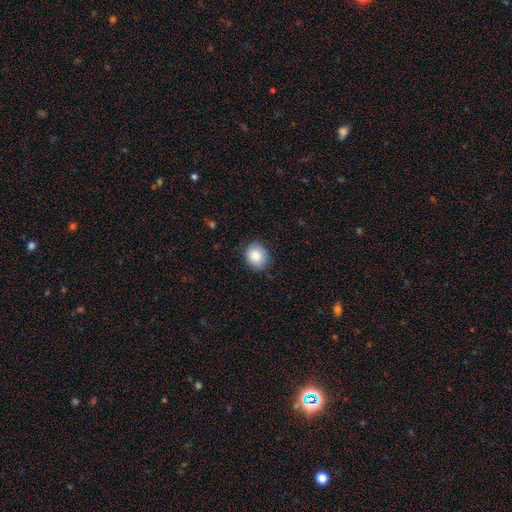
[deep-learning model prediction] smooth 85%, star or artifact 8%, featured or disk 7%. Down the decision tree: how rounded — round (64%); merging — none (82%).